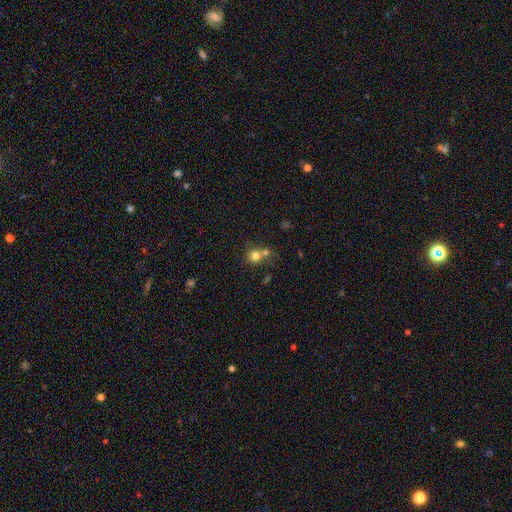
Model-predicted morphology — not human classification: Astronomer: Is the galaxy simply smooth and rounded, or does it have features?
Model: smooth — 77%.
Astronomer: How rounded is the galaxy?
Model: round — 84%.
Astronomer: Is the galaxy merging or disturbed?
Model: none — 48% (runner-up: merger, 40%).